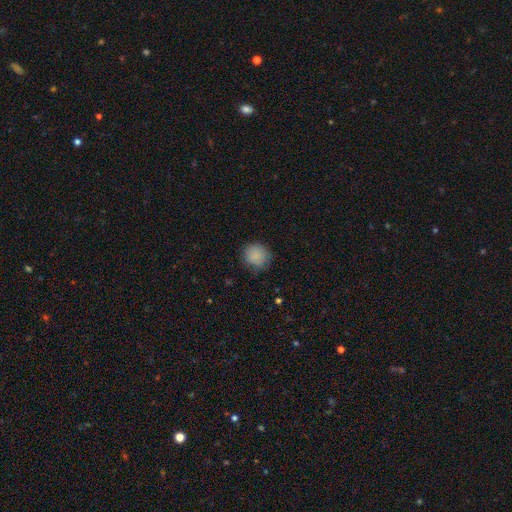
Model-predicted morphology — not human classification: This appears to be a smooth galaxy with no disk features (86%) that is round (89%). Merging: none (81%).